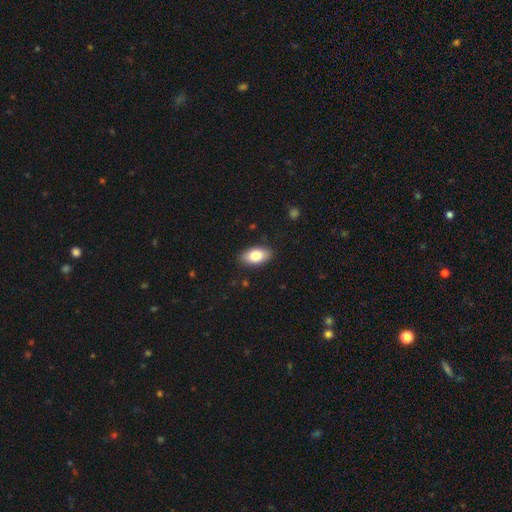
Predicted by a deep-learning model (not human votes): Smooth or featured? Predicted: smooth (p=0.82). How rounded? Predicted: in between (p=0.93). Merging? Predicted: none (p=0.88).